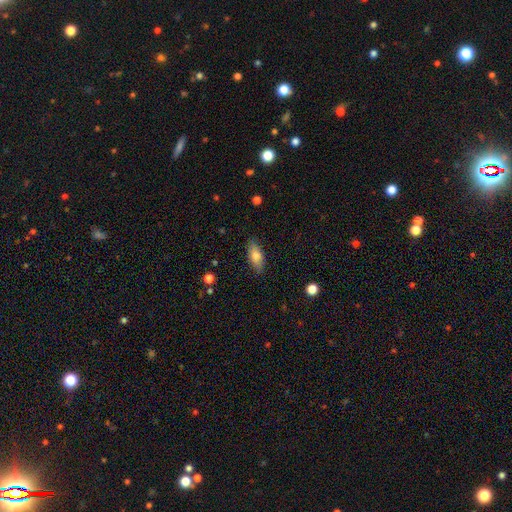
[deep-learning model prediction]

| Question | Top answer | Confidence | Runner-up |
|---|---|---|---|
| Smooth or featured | smooth | 75% | featured or disk (18%) |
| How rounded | in between | 82% | cigar-shaped (15%) |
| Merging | none | 85% | minor disturbance (12%) |